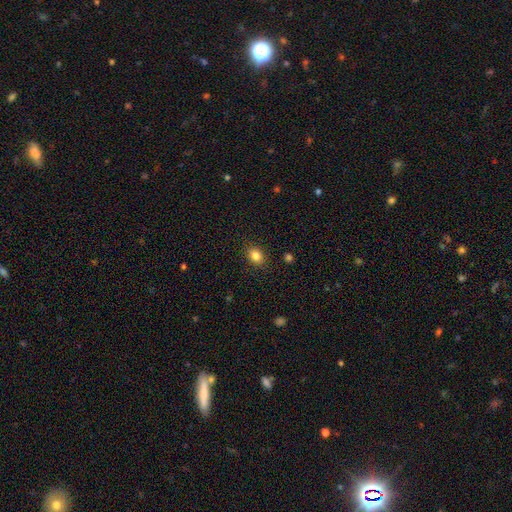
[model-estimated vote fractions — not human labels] Q: Smooth or featured?
A: smooth (85%); runner-up: star or artifact (10%)
Q: How rounded?
A: in between (61%); runner-up: round (38%)
Q: Merging?
A: none (88%); runner-up: minor disturbance (9%)